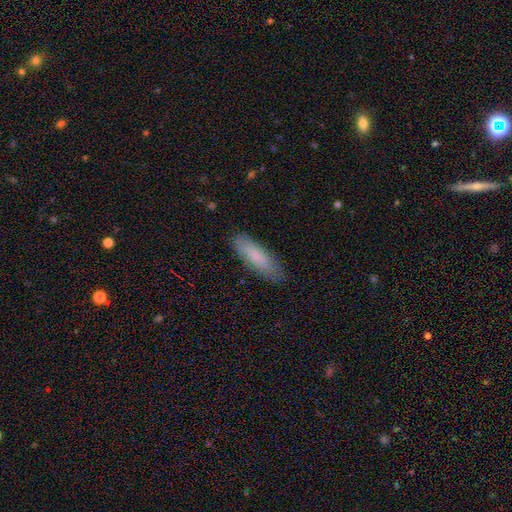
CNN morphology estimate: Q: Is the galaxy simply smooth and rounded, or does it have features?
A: smooth — 80%.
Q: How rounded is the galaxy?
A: cigar-shaped — 57%.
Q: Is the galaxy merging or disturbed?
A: none — 85%.